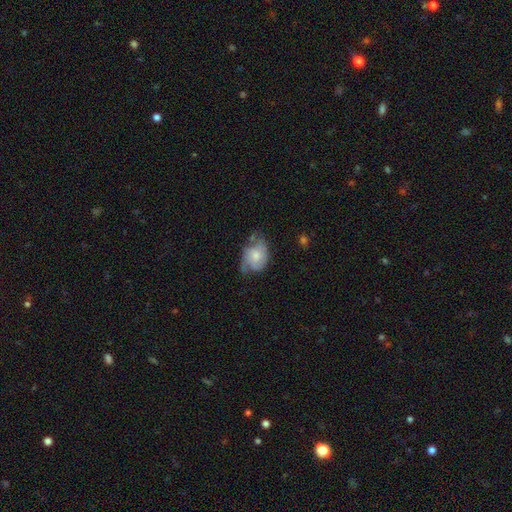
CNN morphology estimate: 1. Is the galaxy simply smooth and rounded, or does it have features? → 57% smooth, 36% featured or disk, 7% star or artifact.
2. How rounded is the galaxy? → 70% in between, 29% round, 1% cigar-shaped.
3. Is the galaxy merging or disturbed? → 38% minor disturbance, 37% none, 20% major disturbance, 4% merger.